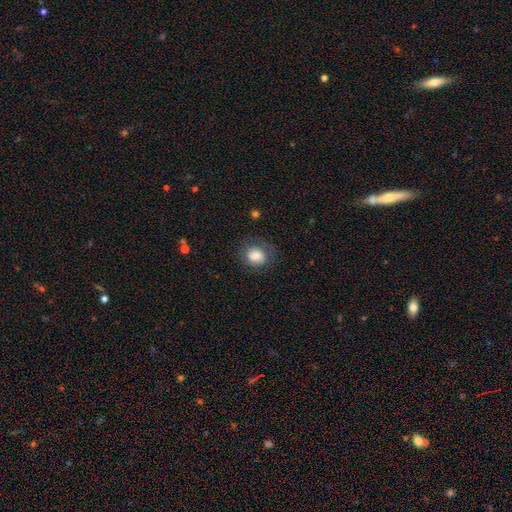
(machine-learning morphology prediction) smooth-or-featured: smooth: 68% | featured or disk: 23% | star or artifact: 9%
  how-rounded: round: 63% | in between: 36% | cigar-shaped: 1%
  merging: none: 65% | minor disturbance: 21% | major disturbance: 13% | merger: 2%